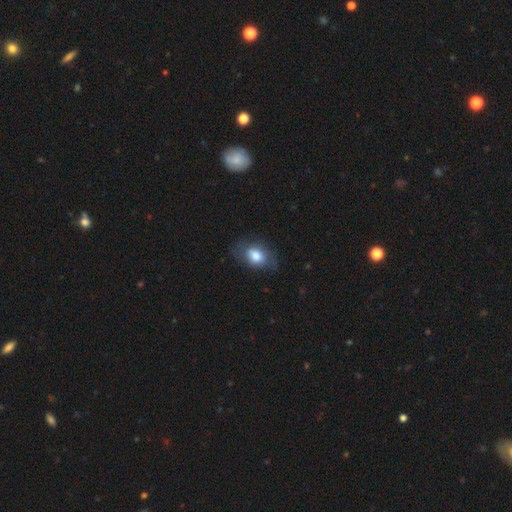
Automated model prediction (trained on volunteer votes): smooth_or_featured: smooth (p=0.76) [alt: featured or disk p=0.17]
how_rounded: in between (p=0.82) [alt: round p=0.17]
merging: none (p=0.70) [alt: minor disturbance p=0.21]